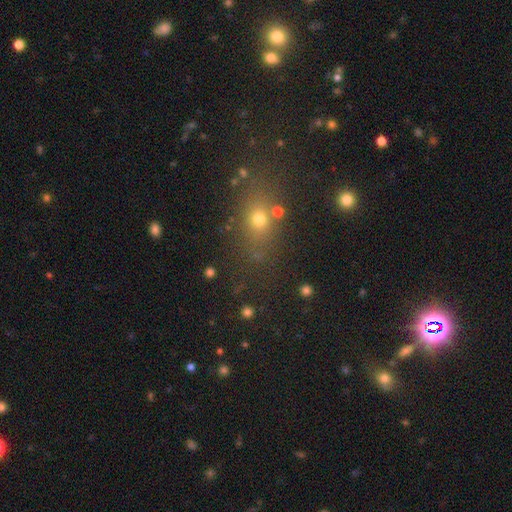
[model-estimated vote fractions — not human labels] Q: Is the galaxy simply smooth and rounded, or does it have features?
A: smooth — 57%.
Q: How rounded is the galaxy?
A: in between — 50%.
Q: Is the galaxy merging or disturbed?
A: none — 77%.